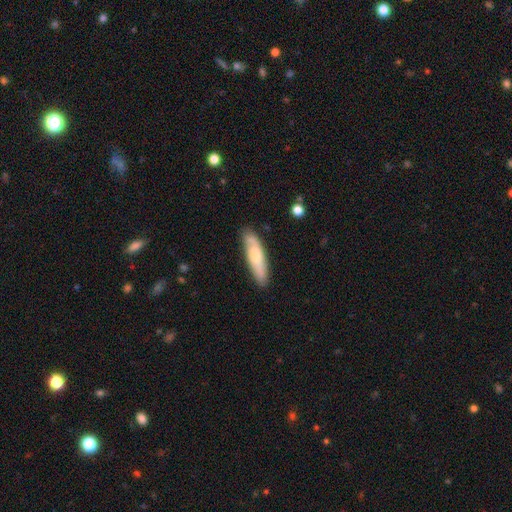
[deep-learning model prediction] This is likely a smooth galaxy (61%). How rounded: likely cigar-shaped (64%). Merging: likely none (77%).